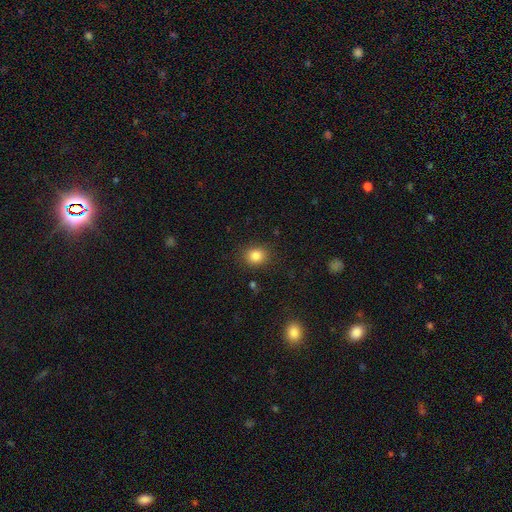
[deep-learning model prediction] Smooth or featured? smooth (84%)
How rounded? round (73%)
Merging? none (86%)